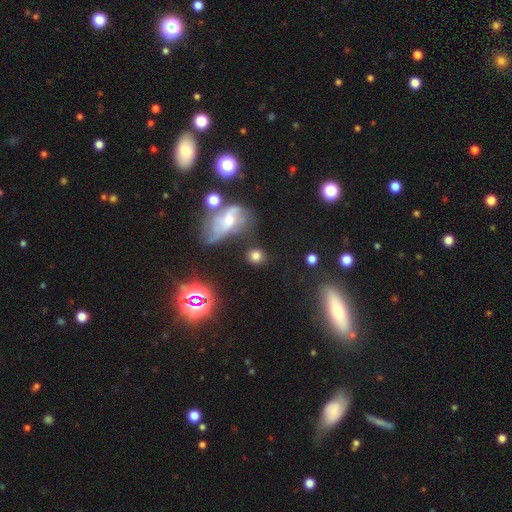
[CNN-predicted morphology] Smooth or featured? smooth (72%)
How rounded? round (79%)
Merging? none (70%)